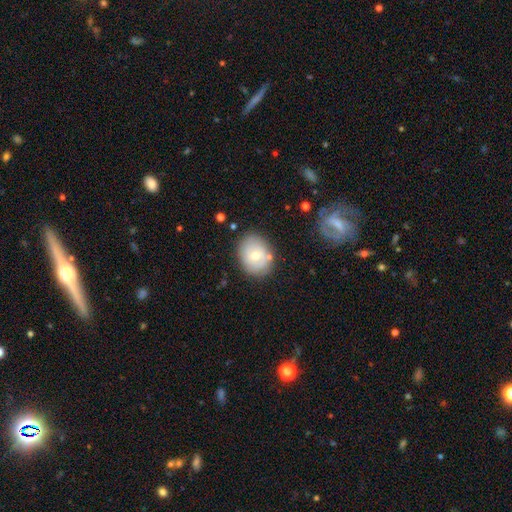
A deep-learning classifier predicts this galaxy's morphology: This is possibly a smooth galaxy (58%). How rounded: possibly round (53%). Merging: likely none (77%).